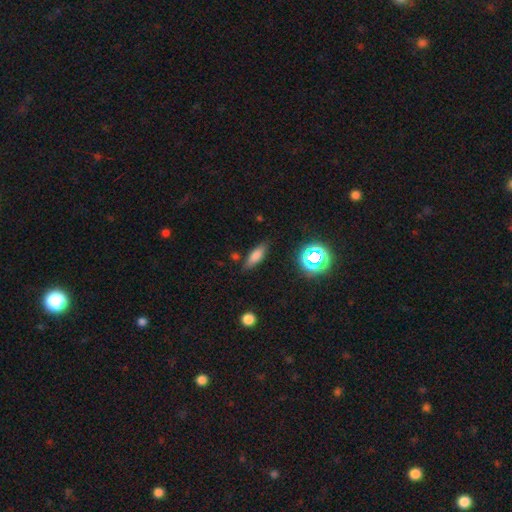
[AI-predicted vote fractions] This is likely a smooth galaxy (72%). How rounded: possibly in between (56%). Merging: clearly none (81%).